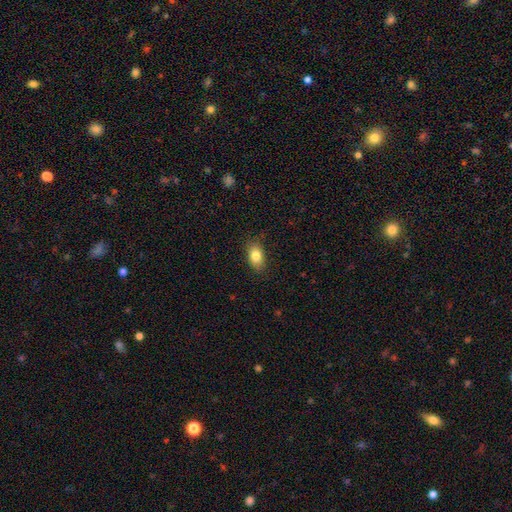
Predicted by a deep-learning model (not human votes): smooth_or_featured: smooth (p=0.84) [alt: star or artifact p=0.08]
how_rounded: in between (p=0.87) [alt: round p=0.11]
merging: none (p=0.84) [alt: minor disturbance p=0.12]